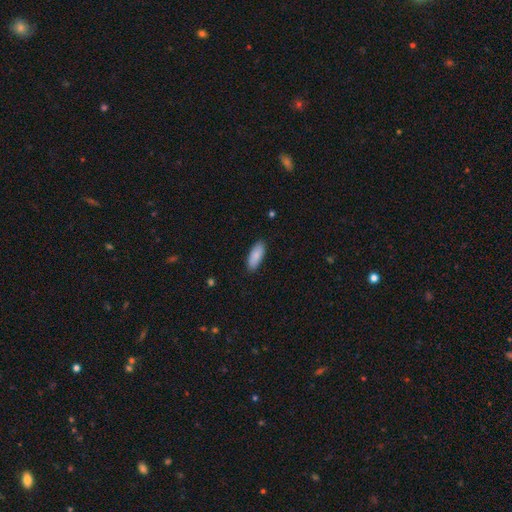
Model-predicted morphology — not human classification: type=smooth (88%); roundness=in between (76%); merging=none (88%).